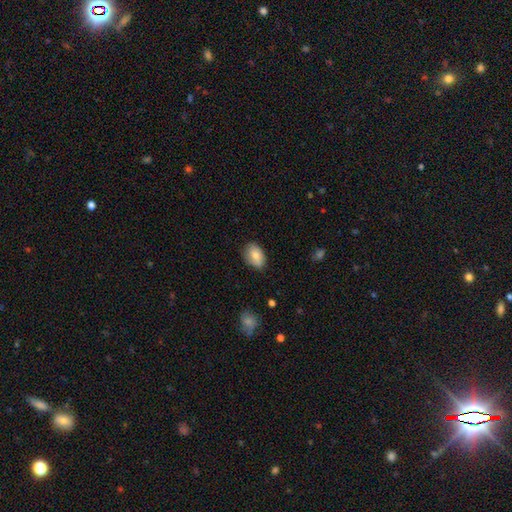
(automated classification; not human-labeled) Smooth or featured: smooth — 82% (featured or disk — 11%)
How rounded: in between — 86% (round — 13%)
Merging: none — 79% (minor disturbance — 17%)